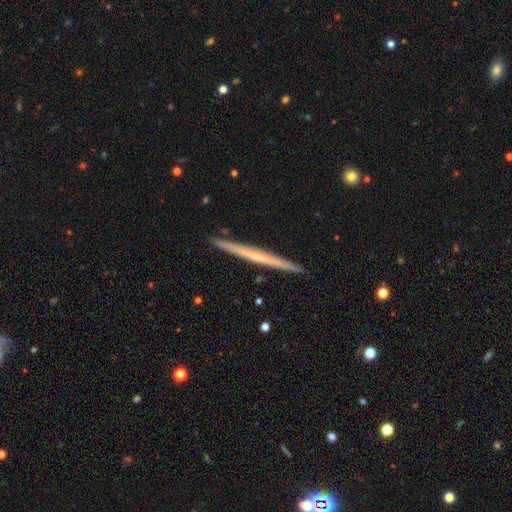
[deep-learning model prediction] This is possibly a featured or disk galaxy (58%). It is clearly viewed edge-on (98%). Edge-on bulge: clearly none (84%). Merging: clearly none (93%).